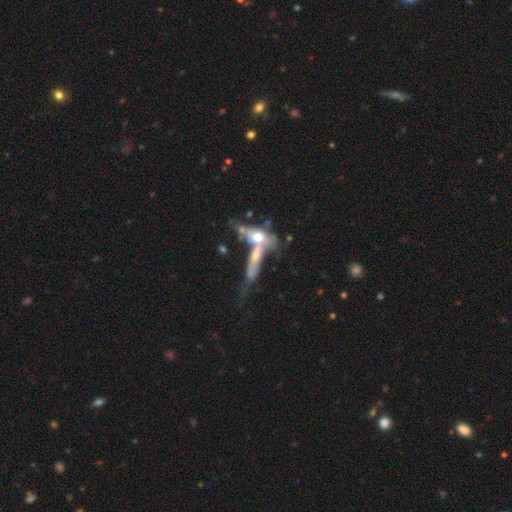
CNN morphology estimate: Overall: featured or disk (48%; smooth 43%). Merging: merger (60%).